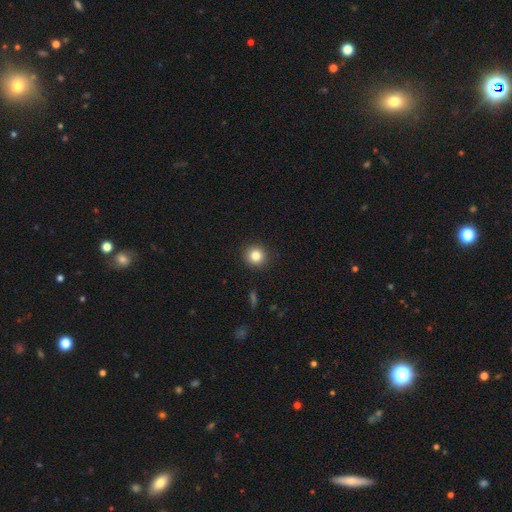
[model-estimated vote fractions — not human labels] Smooth or featured? smooth (83%)
How rounded? round (94%)
Merging? none (92%)